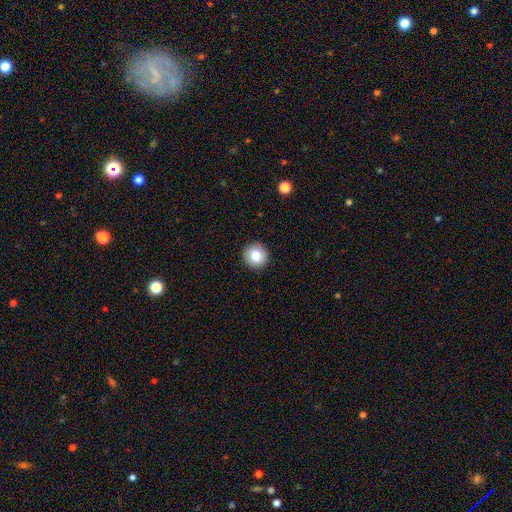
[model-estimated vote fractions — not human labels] The model was most divided on "smooth or featured": smooth: 80%, featured or disk: 10%, star or artifact: 9%. More confident: how rounded — round (95%); merging — none (93%).